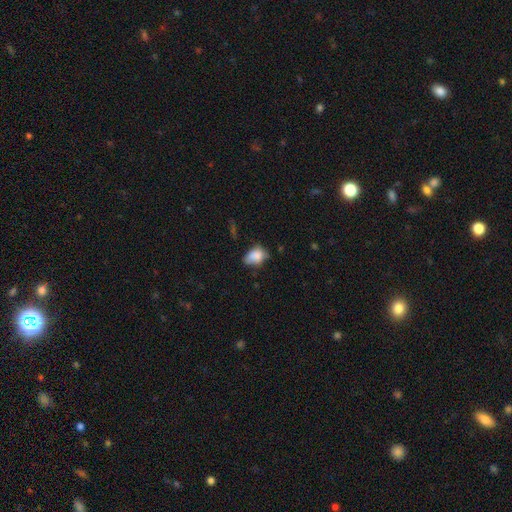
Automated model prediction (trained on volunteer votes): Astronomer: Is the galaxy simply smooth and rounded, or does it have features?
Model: smooth — 82%.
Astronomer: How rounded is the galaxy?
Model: in between — 75%.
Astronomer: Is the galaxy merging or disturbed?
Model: none — 47% (runner-up: minor disturbance, 39%).